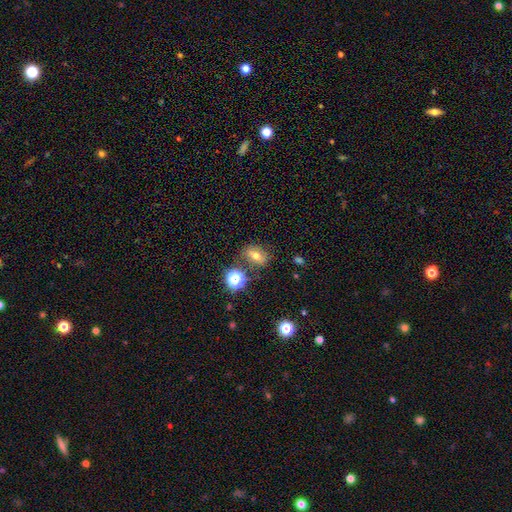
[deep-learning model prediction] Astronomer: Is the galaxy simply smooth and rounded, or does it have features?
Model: smooth — 57%.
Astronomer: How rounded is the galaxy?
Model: in between — 63%.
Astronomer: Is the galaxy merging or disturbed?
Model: none — 72%.